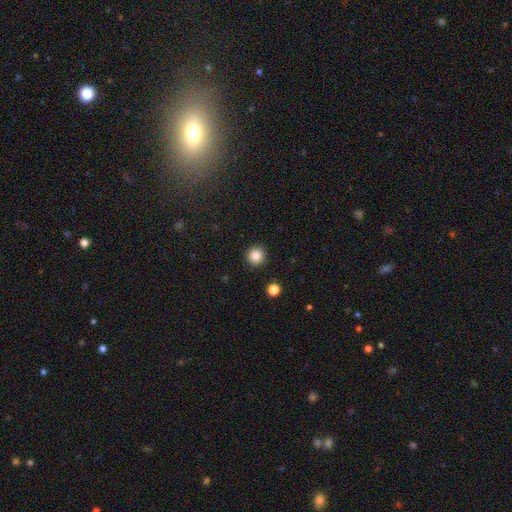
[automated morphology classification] Q: Smooth or featured?
A: smooth (85%); runner-up: star or artifact (11%)
Q: How rounded?
A: round (96%); runner-up: in between (3%)
Q: Merging?
A: none (93%); runner-up: minor disturbance (4%)